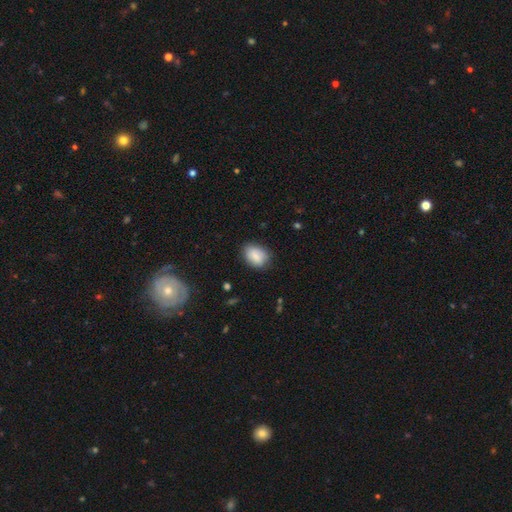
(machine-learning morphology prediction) Smooth or featured? smooth (86%)
How rounded? in between (73%)
Merging? none (78%)